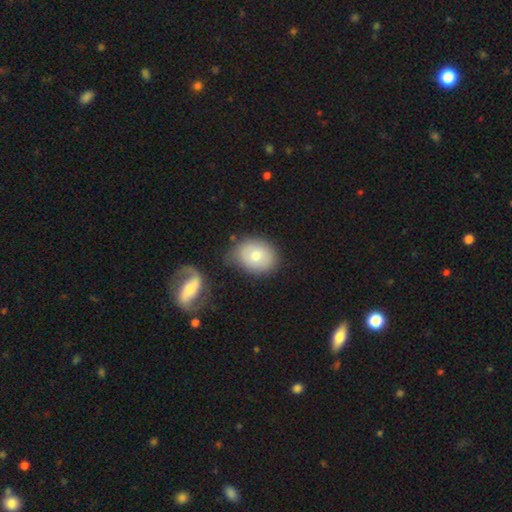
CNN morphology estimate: smooth 75%, featured or disk 18%, star or artifact 7%. Down the decision tree: how rounded — in between (53%); merging — none (68%).